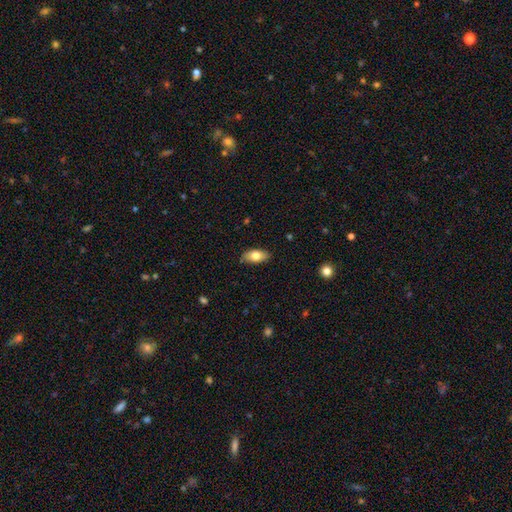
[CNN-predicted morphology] smooth_or_featured: smooth (p=0.77) [alt: featured or disk p=0.17]
how_rounded: in between (p=0.89) [alt: cigar-shaped p=0.08]
merging: none (p=0.86) [alt: minor disturbance p=0.11]